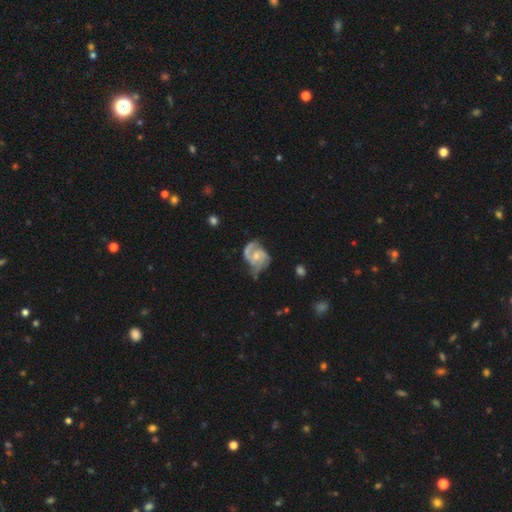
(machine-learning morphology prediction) The model was most divided on "bulge size": small: 46%, moderate: 45%, none: 5%, large: 2%, dominant: 1%. More confident: edge-on disk — no (98%); spiral arms — yes (95%); smooth or featured — featured or disk (85%); spiral arm count — 2 (64%); bar — no (59%); spiral winding — medium (52%); merging — none (50%).